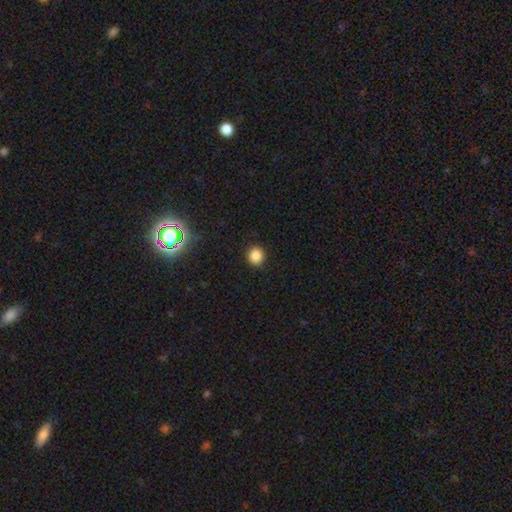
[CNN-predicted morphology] Overall: smooth (86%). How rounded: round (87%). Merging: none (92%).